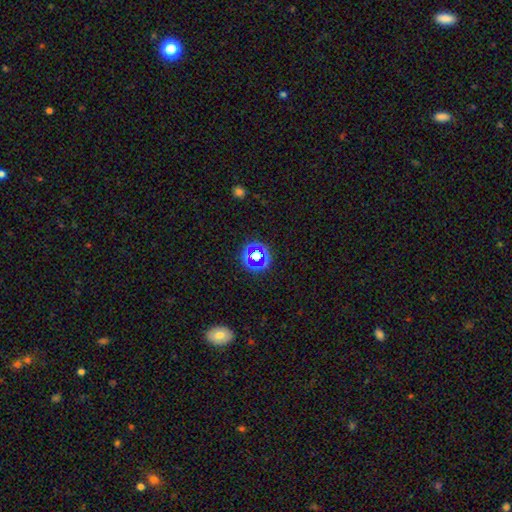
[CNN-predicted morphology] star or artifact 56%, smooth 32%, featured or disk 12%.